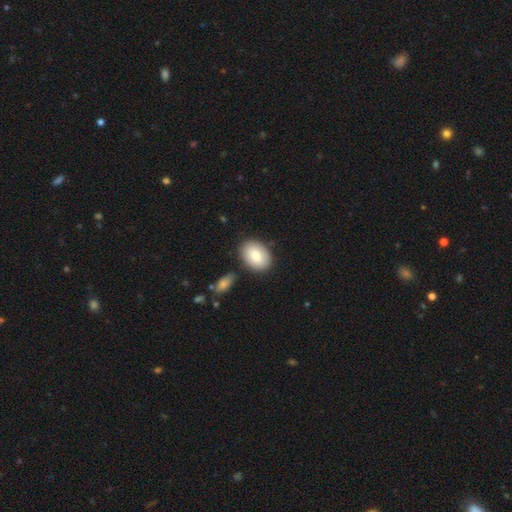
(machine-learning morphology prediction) This appears to be a smooth galaxy with no disk features (79%) that is in between round and cigar-shaped (77%). Merging: none (81%).